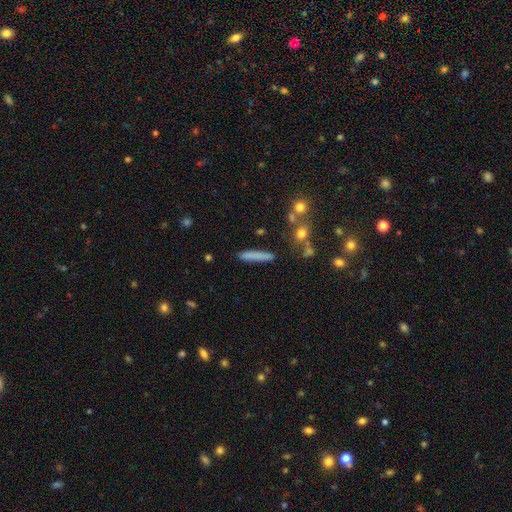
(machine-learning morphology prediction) A smooth galaxy with no disk features (69%) that is cigar-shaped (90%). Merging: none (82%).